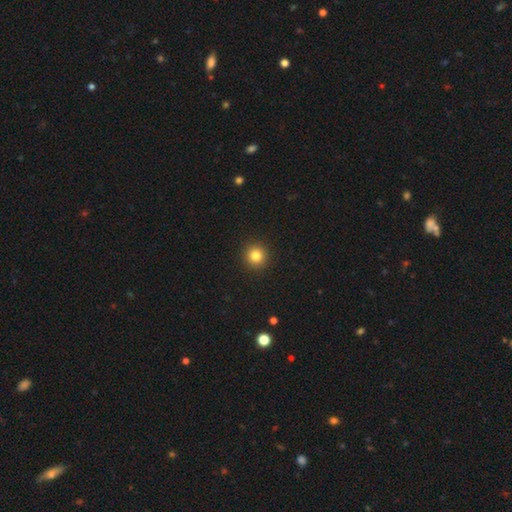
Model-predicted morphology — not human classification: Smooth or featured?
  - smooth: 83% *
  - star or artifact: 12%
  - featured or disk: 6%
How rounded?
  - round: 95% *
  - in between: 4%
  - cigar-shaped: 1%
Merging?
  - none: 93% *
  - minor disturbance: 5%
  - major disturbance: 2%
  - merger: 1%